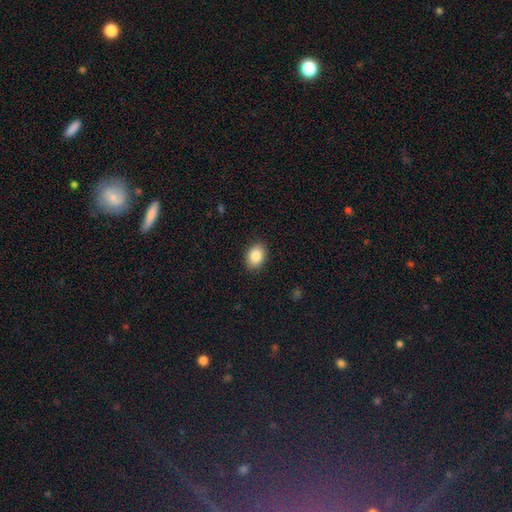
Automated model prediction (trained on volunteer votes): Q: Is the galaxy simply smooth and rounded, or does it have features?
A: smooth — 86%.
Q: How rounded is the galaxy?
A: in between — 75%.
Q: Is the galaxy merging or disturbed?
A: none — 89%.